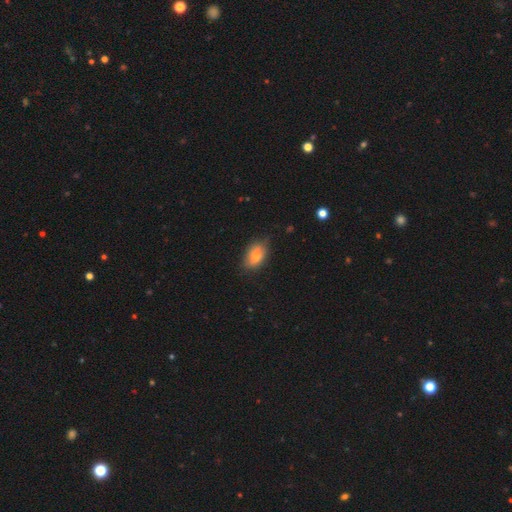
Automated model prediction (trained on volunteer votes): The model was most divided on "merging": none: 72%, minor disturbance: 23%, major disturbance: 3%, merger: 1%. More confident: how rounded — in between (85%); smooth or featured — smooth (74%).